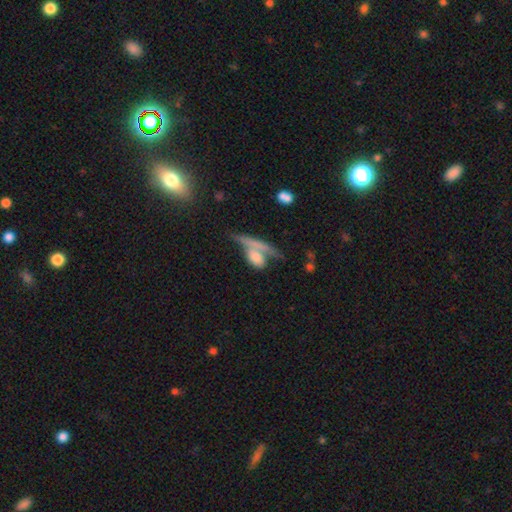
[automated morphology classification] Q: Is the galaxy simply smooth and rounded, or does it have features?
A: smooth — 61%.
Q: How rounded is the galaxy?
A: in between — 52%.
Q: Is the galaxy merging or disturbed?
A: merger — 42%.